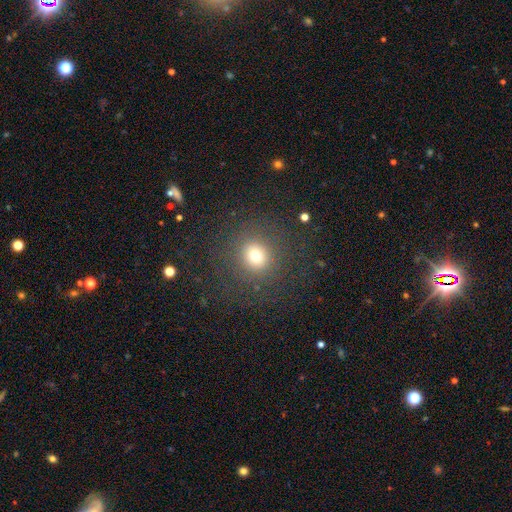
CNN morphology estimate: A smooth galaxy with no disk features (72%) that is round (89%).

Vote fractions:
- Smooth or featured? smooth: 72% / star or artifact: 18% / featured or disk: 10%
- How rounded? round: 89% / in between: 10% / cigar-shaped: 1%
- Merging? none: 85% / minor disturbance: 8% / major disturbance: 6% / merger: 1%